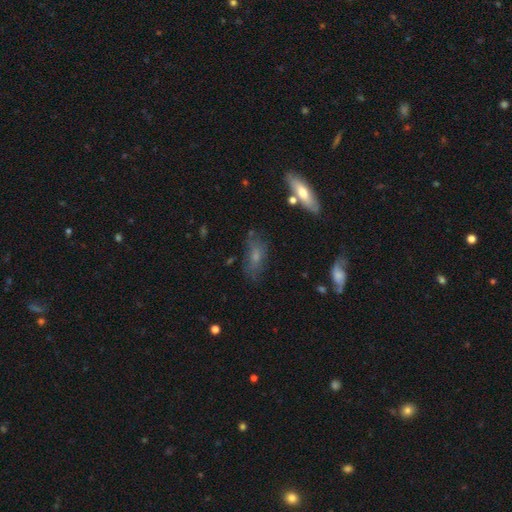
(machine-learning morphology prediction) The model was most divided on "smooth or featured": smooth: 52%, featured or disk: 34%, star or artifact: 13%. More confident: how rounded — in between (76%); merging — none (61%).